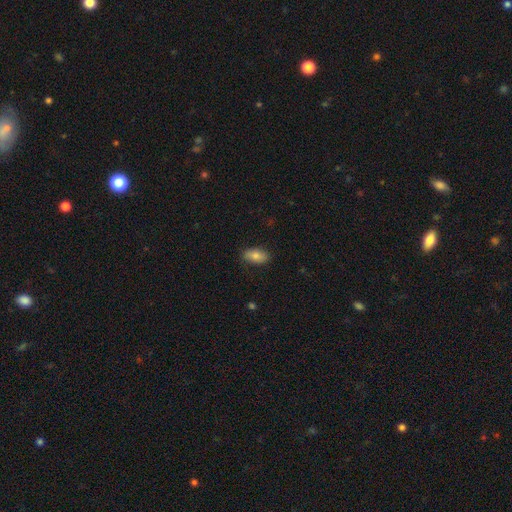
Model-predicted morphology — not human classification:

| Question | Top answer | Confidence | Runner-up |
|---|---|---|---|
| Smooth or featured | smooth | 81% | featured or disk (12%) |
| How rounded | in between | 92% | round (4%) |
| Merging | none | 82% | minor disturbance (14%) |